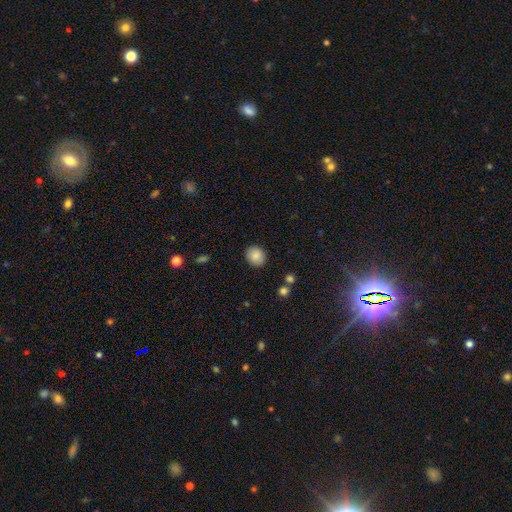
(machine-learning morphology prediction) This is clearly a smooth galaxy (86%). How rounded: likely round (70%). Merging: clearly none (89%).